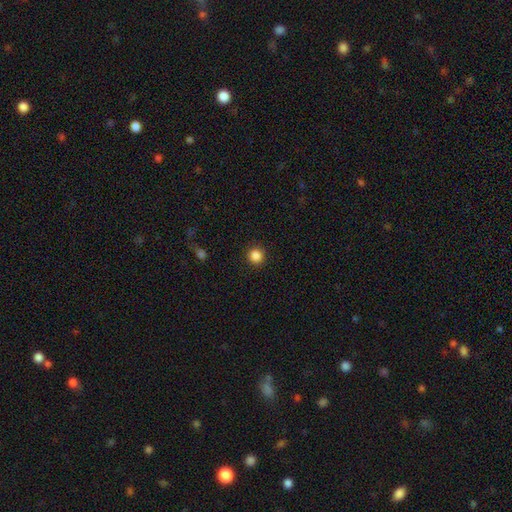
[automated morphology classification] This is clearly a smooth galaxy (86%). How rounded: clearly round (94%). Merging: clearly none (91%).